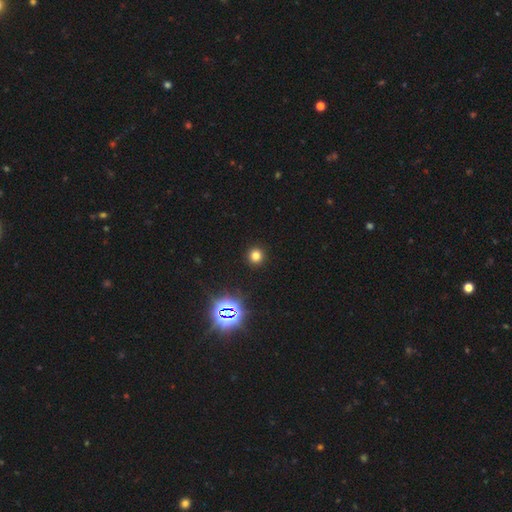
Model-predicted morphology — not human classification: This appears to be a smooth galaxy with no disk features (74%) that is round (94%). Merging: none (93%).